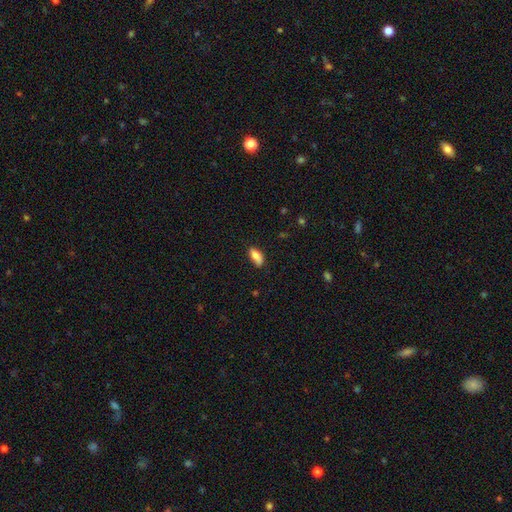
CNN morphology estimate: This is clearly a smooth galaxy (80%). How rounded: clearly in between (85%). Merging: likely none (70%).